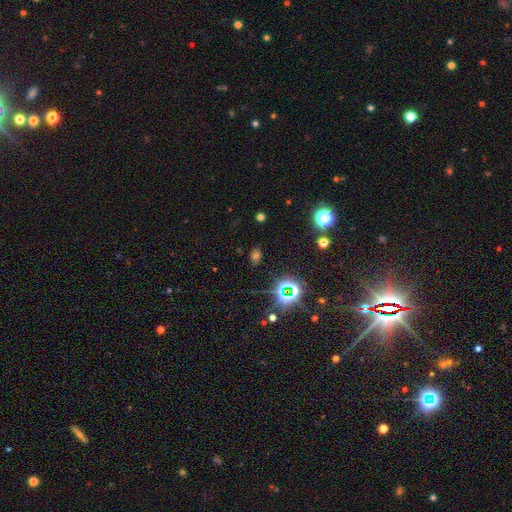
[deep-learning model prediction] Overall: star or artifact (53%; smooth 38%).